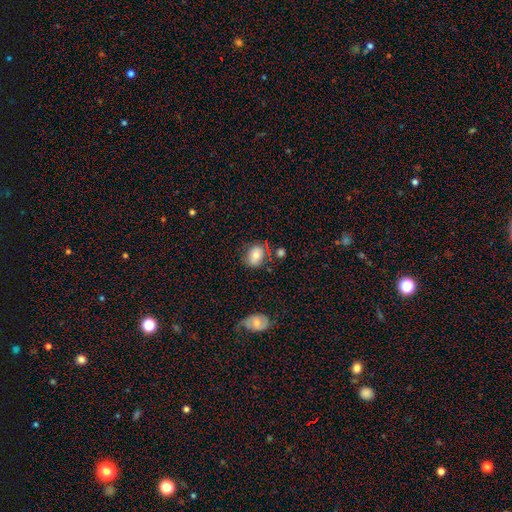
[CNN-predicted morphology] Smooth or featured? smooth (74%)
How rounded? in between (55%)
Merging? none (69%)